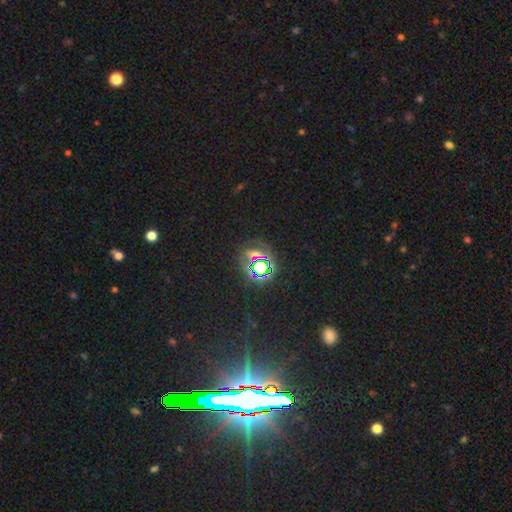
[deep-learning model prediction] A star or artifact, not a galaxy (66%).

Vote fractions:
- Smooth or featured? star or artifact: 66% / smooth: 22% / featured or disk: 12%